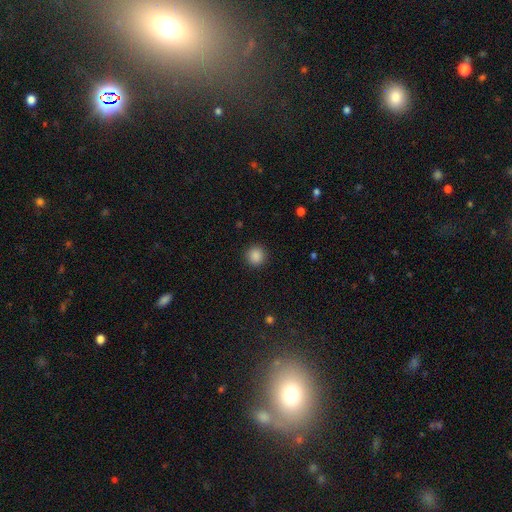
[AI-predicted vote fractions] Q: Smooth or featured?
A: smooth (87%); runner-up: star or artifact (10%)
Q: How rounded?
A: round (92%); runner-up: in between (7%)
Q: Merging?
A: none (92%); runner-up: minor disturbance (5%)